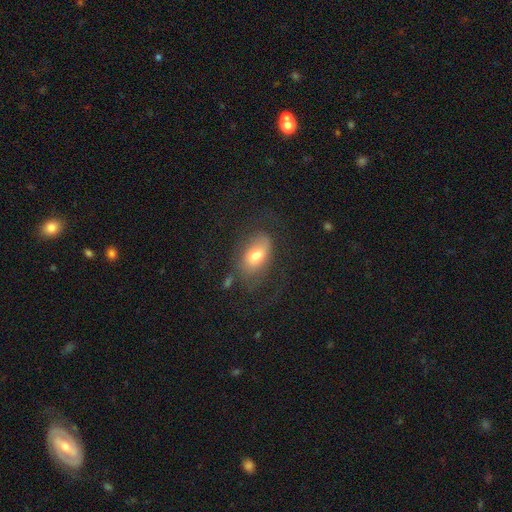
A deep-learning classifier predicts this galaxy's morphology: smooth_or_featured: smooth (p=0.63) [alt: featured or disk p=0.29]
how_rounded: in between (p=0.89) [alt: round p=0.09]
merging: none (p=0.53) [alt: minor disturbance p=0.23]